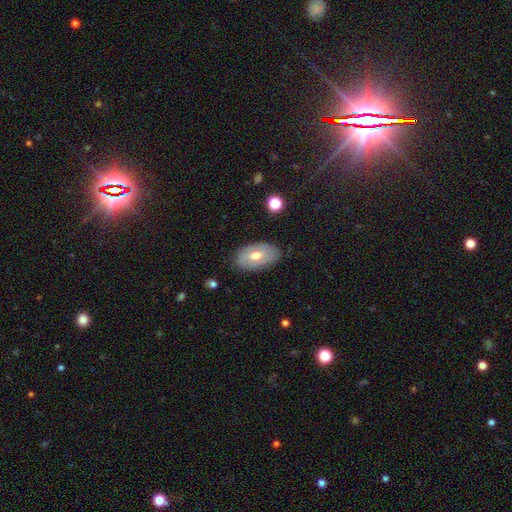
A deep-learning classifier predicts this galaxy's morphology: smooth_or_featured: smooth (p=0.58) [alt: featured or disk p=0.36]
how_rounded: in between (p=0.93) [alt: round p=0.05]
merging: none (p=0.83) [alt: minor disturbance p=0.13]